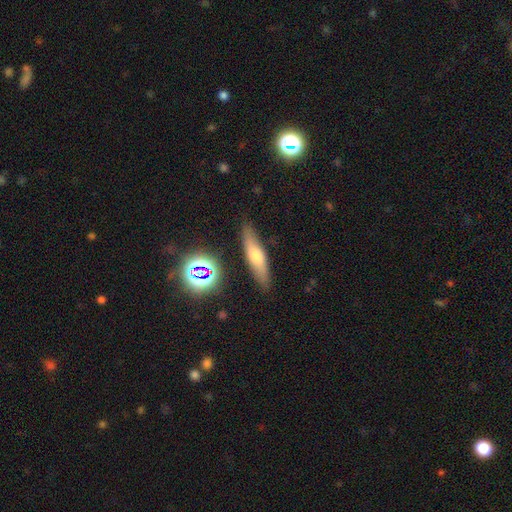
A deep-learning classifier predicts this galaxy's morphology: smooth_or_featured: smooth (p=0.54) [alt: featured or disk p=0.35]
how_rounded: cigar-shaped (p=0.72) [alt: in between p=0.25]
merging: none (p=0.85) [alt: minor disturbance p=0.10]